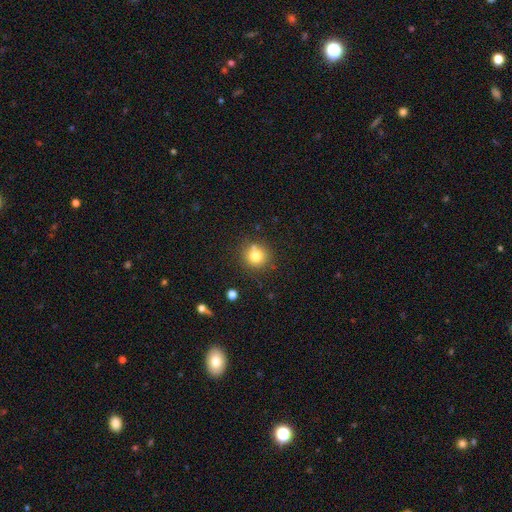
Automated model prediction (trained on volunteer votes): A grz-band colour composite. It shows a smooth galaxy with no disk features (77%) that is round (91%). Merging: none (75%).